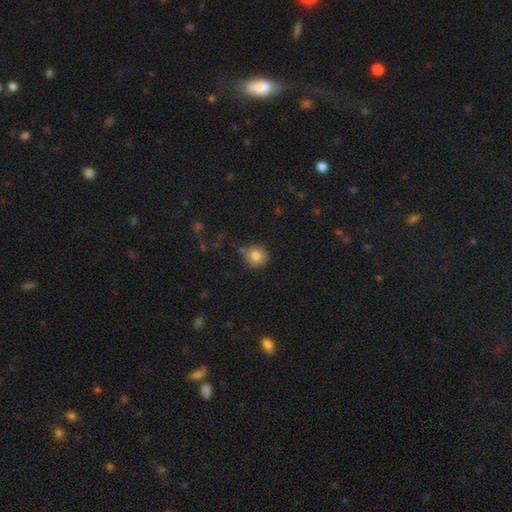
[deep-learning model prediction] A smooth galaxy with no disk features (80%) that is round (87%). Merging: none (72%).